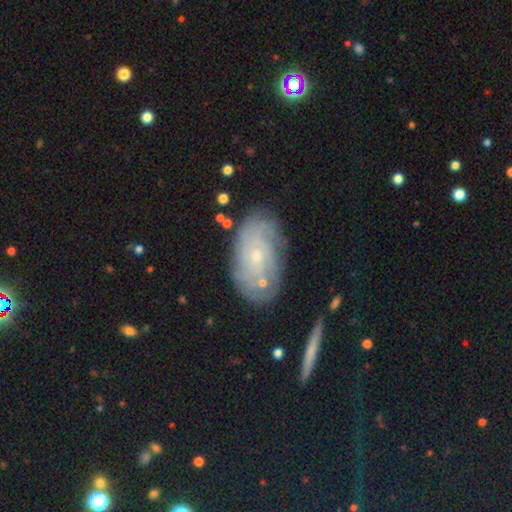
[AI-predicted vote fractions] This appears to be a featured or disk galaxy (70%) with no bar (79%), tight (71%) spiral arms (87%) and a small central bulge (77%). Merging: none (73%).